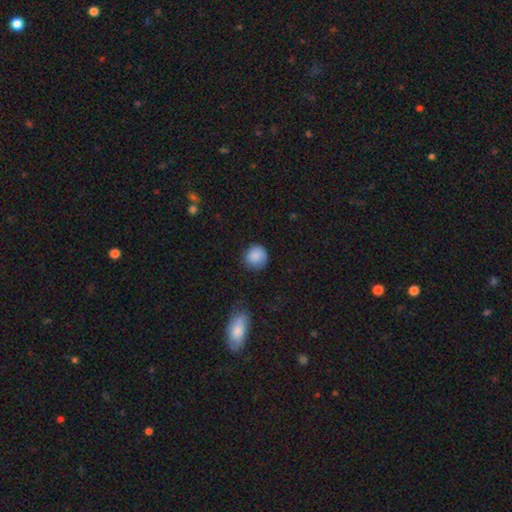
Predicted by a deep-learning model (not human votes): Overall: smooth (87%). How rounded: round (91%). Merging: none (79%).